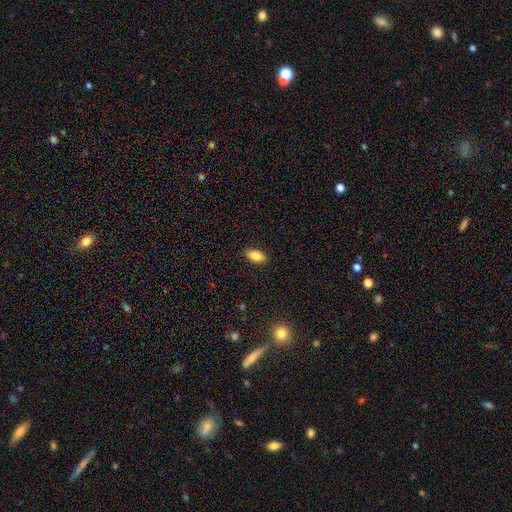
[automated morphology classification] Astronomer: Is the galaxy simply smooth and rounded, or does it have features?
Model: smooth — 85%.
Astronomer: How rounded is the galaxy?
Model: in between — 91%.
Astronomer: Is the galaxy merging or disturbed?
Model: none — 89%.